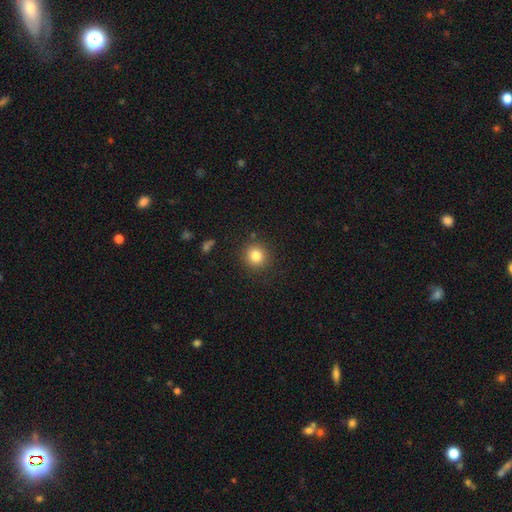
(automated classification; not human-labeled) Smooth or featured? Predicted: smooth (p=0.82). How rounded? Predicted: round (p=0.92). Merging? Predicted: none (p=0.89).